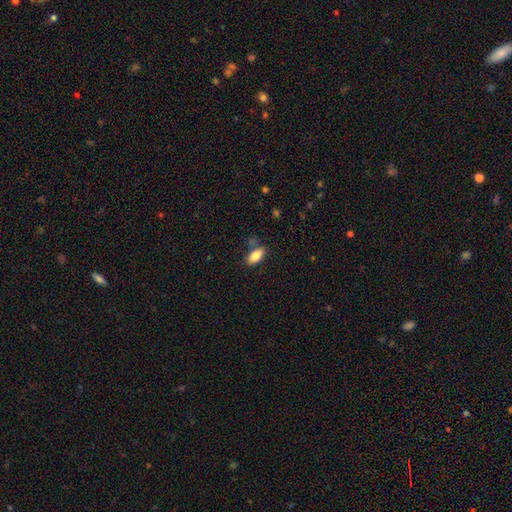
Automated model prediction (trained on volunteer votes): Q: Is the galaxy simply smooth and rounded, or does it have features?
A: smooth — 82%.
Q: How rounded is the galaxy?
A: in between — 88%.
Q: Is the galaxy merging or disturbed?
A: none — 77%.